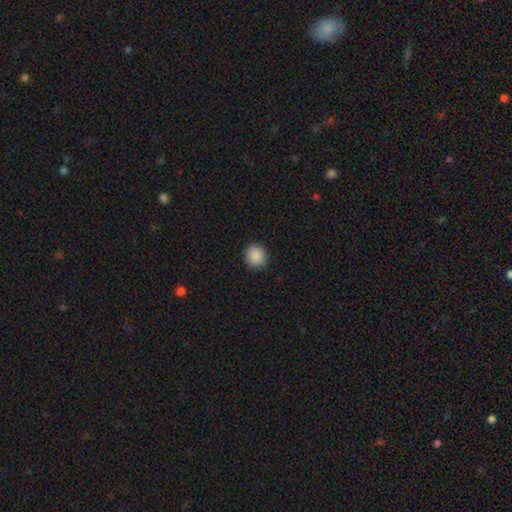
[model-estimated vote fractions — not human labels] Morphology: type=smooth (89%); roundness=round (88%); merging=none (91%).